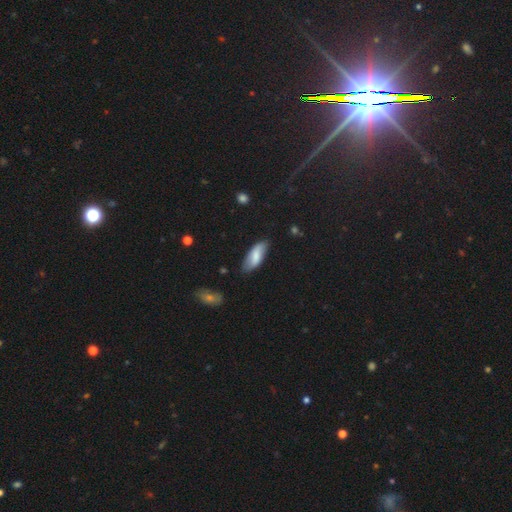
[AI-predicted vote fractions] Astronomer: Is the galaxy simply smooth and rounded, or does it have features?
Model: smooth — 70%.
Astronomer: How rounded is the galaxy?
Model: in between — 77%.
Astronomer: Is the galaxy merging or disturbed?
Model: none — 76%.